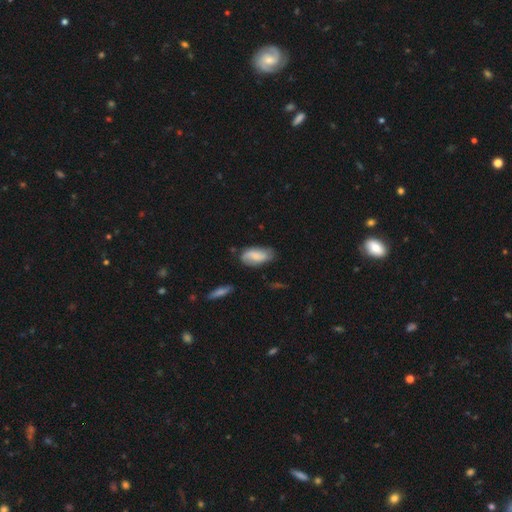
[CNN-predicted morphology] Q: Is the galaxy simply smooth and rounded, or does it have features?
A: smooth — 60%.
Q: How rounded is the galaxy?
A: in between — 90%.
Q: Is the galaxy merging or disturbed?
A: none — 63%.